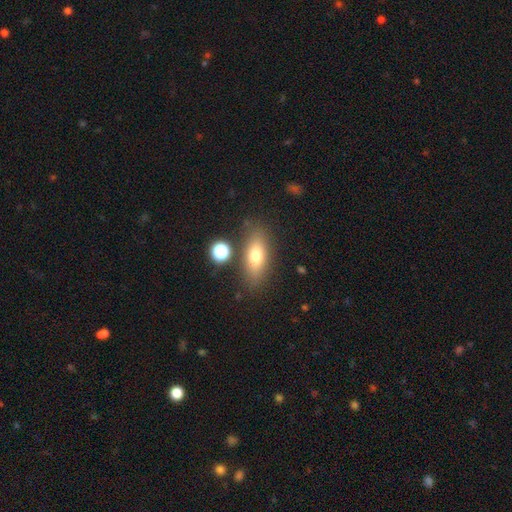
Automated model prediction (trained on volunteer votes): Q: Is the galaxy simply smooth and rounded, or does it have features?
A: smooth — 71%.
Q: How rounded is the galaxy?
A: in between — 68%.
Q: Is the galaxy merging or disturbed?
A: none — 79%.